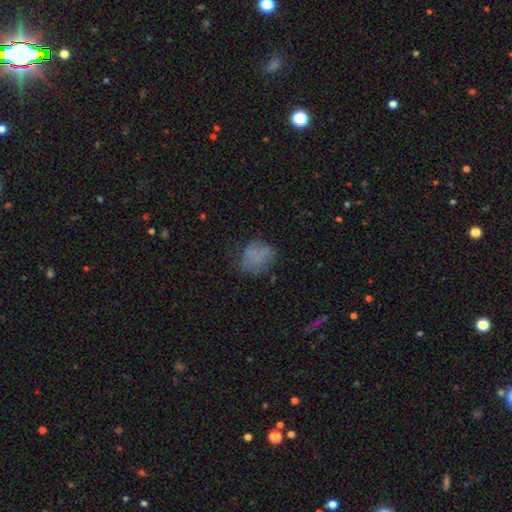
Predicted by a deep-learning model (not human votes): A smooth galaxy with no disk features (63%) that is round (56%). Merging: none (54%).